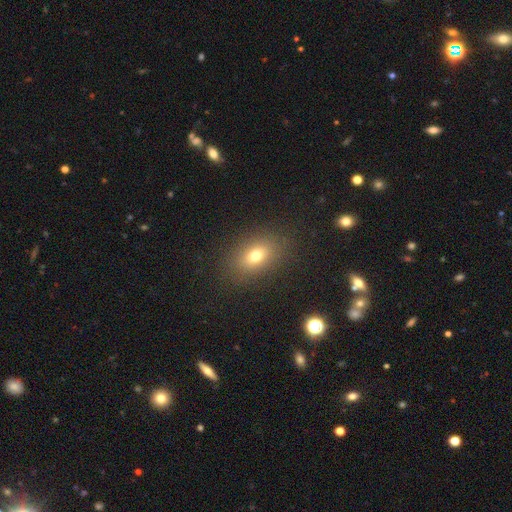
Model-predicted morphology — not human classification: type=smooth (73%); roundness=in between (76%); merging=none (86%).